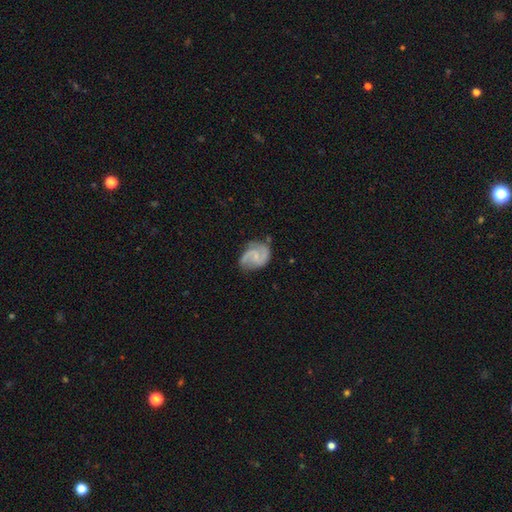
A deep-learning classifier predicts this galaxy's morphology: Overall: featured or disk (82%). Edge-on disk: no (98%). Bar: no (50%; weak 42%). Spiral arms: yes (96%). Spiral arm count: 2 (84%). Spiral winding: medium (52%; tight 24%). Bulge size: small (57%; none 26%). Merging: none (65%).